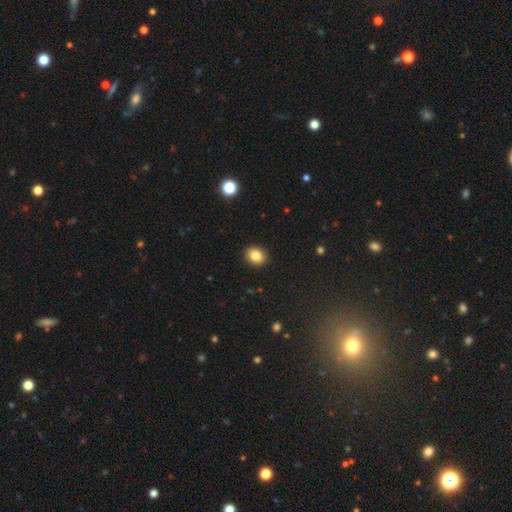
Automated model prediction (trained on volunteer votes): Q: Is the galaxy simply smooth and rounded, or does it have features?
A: smooth — 84%.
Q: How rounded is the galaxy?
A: round — 56%.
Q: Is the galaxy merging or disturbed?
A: none — 91%.